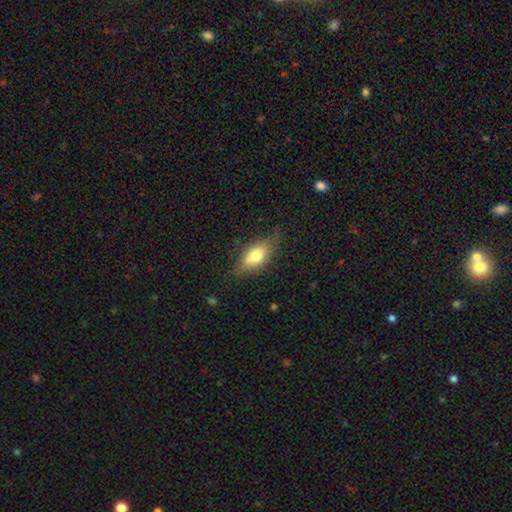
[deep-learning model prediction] This appears to be a smooth galaxy with no disk features (61%) that is in between round and cigar-shaped (76%). Merging: none (71%).